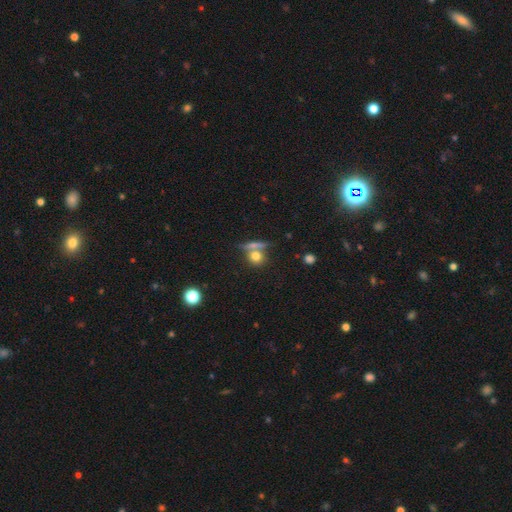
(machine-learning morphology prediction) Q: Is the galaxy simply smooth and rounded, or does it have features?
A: smooth — 76%.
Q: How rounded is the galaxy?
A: round — 78%.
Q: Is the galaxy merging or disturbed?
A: none — 56%.